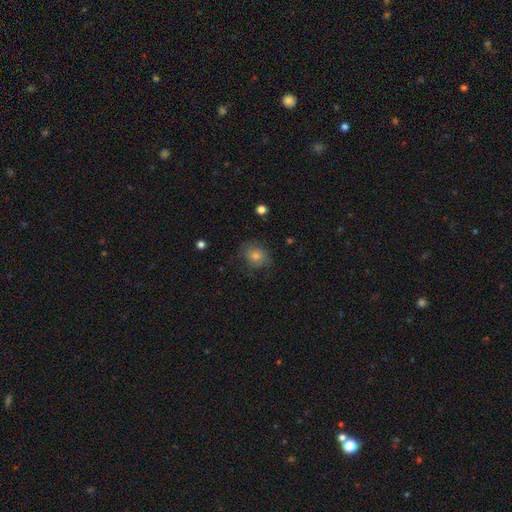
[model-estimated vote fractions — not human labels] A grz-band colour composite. It shows a smooth galaxy with no disk features (66%) that is round (67%). Merging: none (72%).